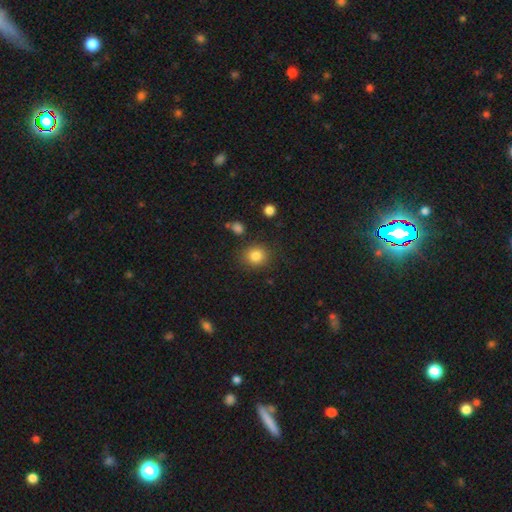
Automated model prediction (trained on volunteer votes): A smooth galaxy with no disk features (84%) that is round (82%). Merging: none (85%).